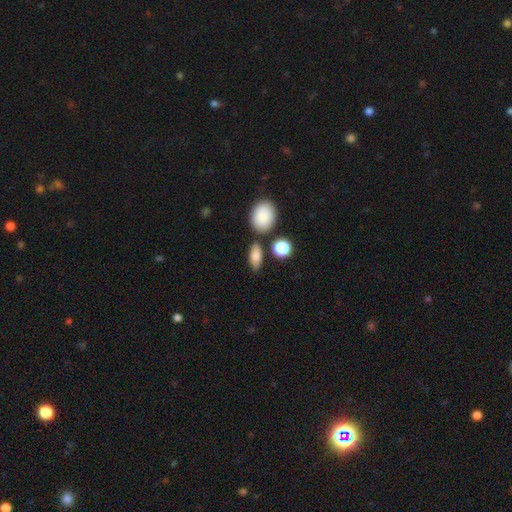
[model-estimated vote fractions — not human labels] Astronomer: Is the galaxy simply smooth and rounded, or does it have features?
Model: smooth — 81%.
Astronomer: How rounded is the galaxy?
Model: in between — 78%.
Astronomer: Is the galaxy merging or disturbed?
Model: none — 73%.